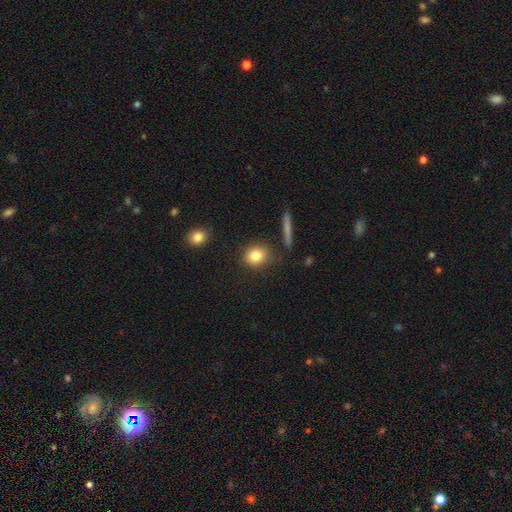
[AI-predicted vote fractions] This appears to be a smooth galaxy with no disk features (83%) that is round (76%). Merging: none (82%).